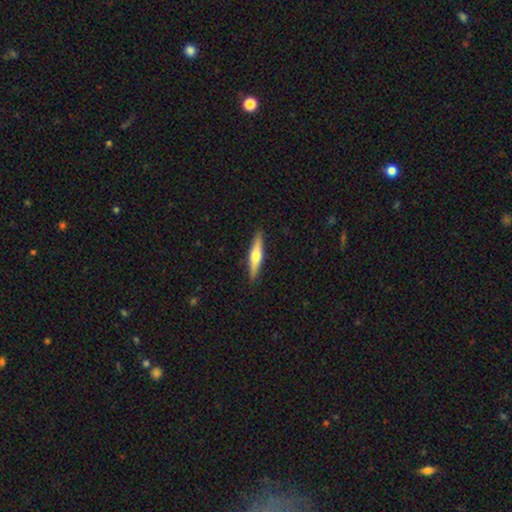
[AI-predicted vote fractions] Smooth or featured? featured or disk (51%)
Edge-on disk? yes (95%)
Merging? none (90%)